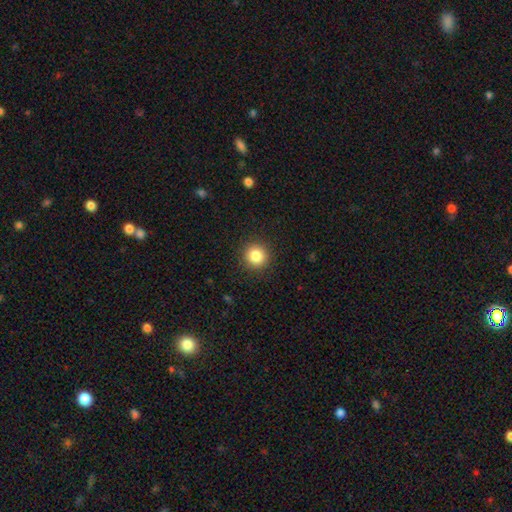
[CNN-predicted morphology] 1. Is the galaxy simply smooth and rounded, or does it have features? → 84% smooth, 10% star or artifact, 5% featured or disk.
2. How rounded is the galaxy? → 94% round, 5% in between, 1% cigar-shaped.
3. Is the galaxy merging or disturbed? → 92% none, 5% minor disturbance, 2% major disturbance, 1% merger.